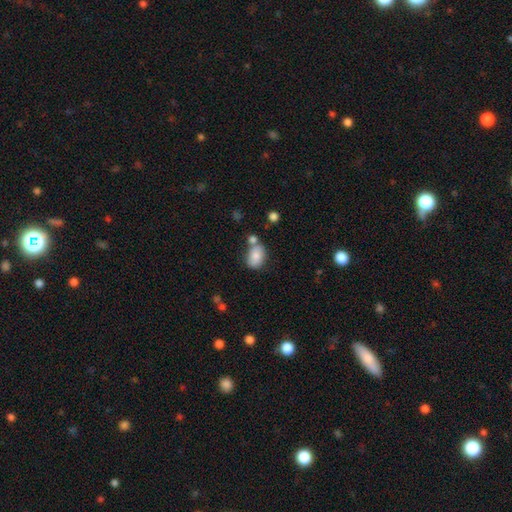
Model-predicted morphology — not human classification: A smooth galaxy with no disk features (80%) that is in between round and cigar-shaped (81%). Merging: none (55%).